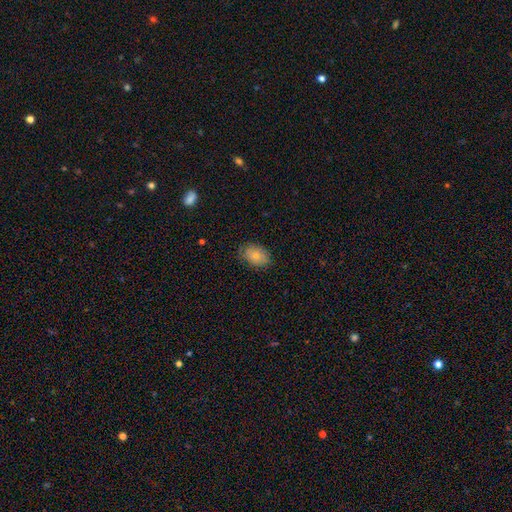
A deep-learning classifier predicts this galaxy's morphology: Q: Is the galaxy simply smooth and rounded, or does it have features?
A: smooth — 78%.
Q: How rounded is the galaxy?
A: in between — 82%.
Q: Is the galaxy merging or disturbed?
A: none — 78%.